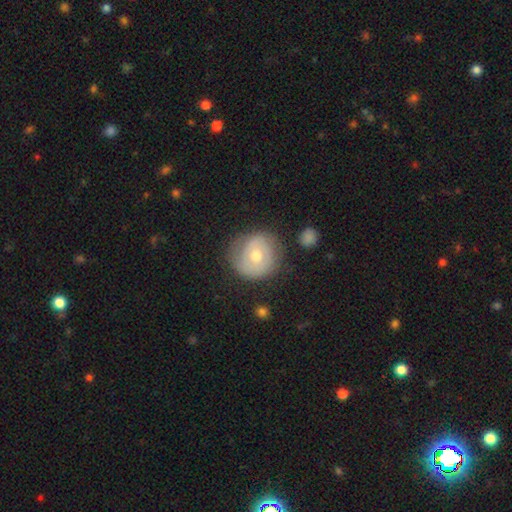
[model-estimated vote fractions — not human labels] A featured or disk galaxy (52%) with no bar (75%), spiral arms (67%) and a moderate central bulge (70%). Merging: none (72%).